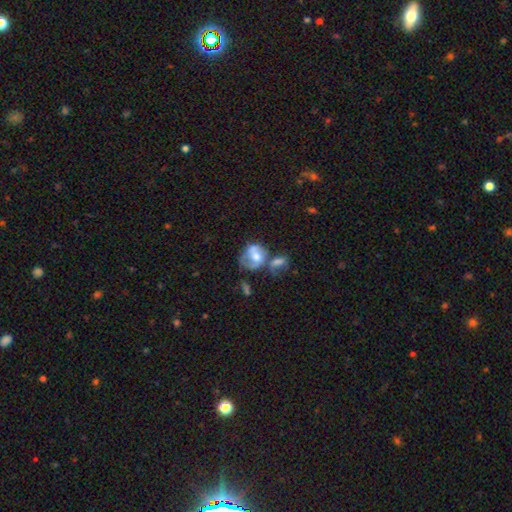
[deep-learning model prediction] smooth-or-featured: featured or disk: 48% | smooth: 45% | star or artifact: 8%
  merging: merger: 41% | none: 23% | major disturbance: 20% | minor disturbance: 16%